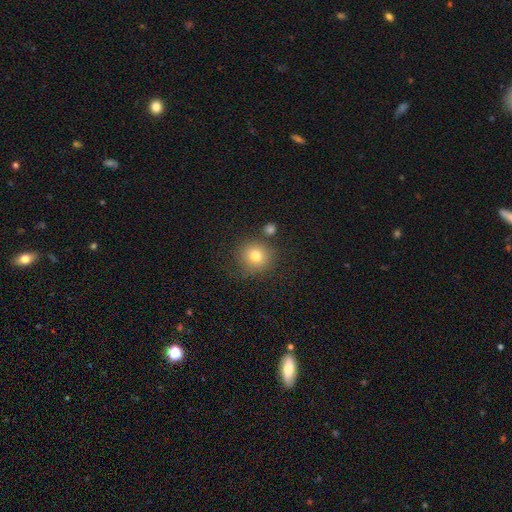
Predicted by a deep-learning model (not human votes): Morphology: type=smooth (77%); roundness=round (91%); merging=none (77%).